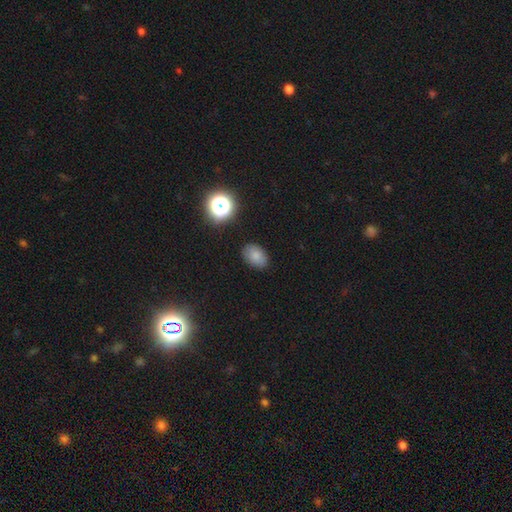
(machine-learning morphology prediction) A smooth galaxy with no disk features (78%) that is in between round and cigar-shaped (81%). Merging: none (83%).